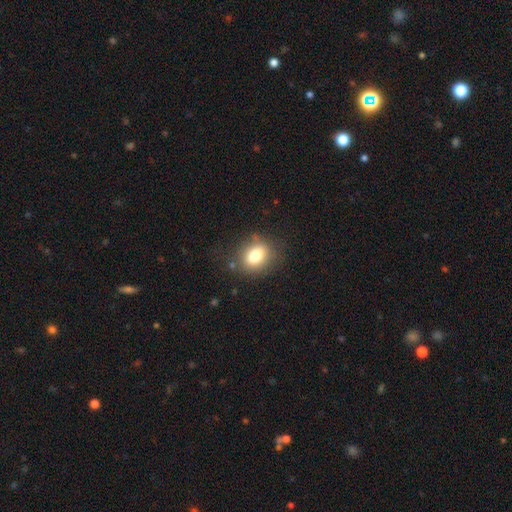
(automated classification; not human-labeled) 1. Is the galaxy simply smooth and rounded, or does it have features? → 78% smooth, 11% featured or disk, 11% star or artifact.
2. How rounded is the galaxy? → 55% in between, 44% round, 1% cigar-shaped.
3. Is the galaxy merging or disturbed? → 80% none, 13% minor disturbance, 5% major disturbance, 2% merger.